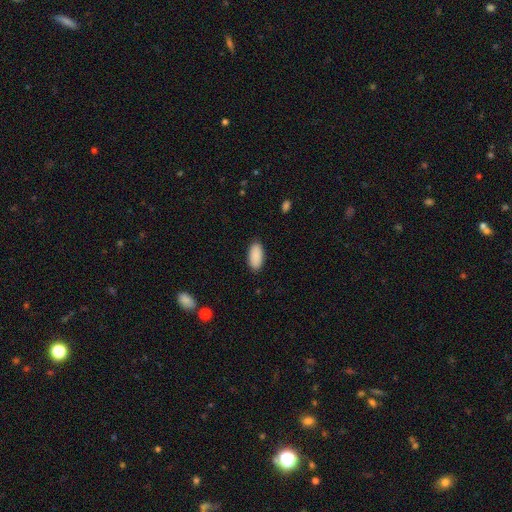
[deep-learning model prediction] This appears to be a smooth galaxy with no disk features (91%) that is in between round and cigar-shaped (93%). Merging: none (89%).